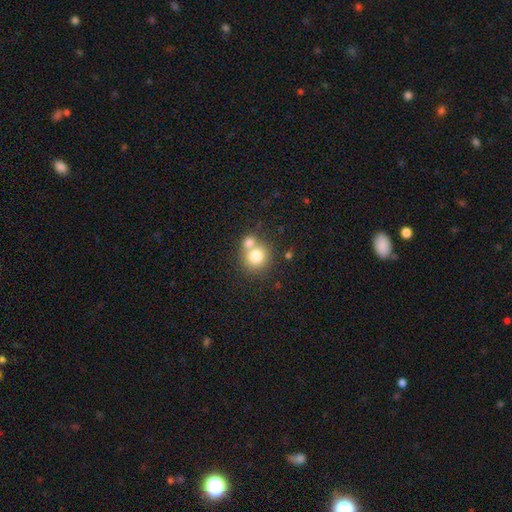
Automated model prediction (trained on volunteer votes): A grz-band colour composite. It shows a smooth galaxy with no disk features (77%) that is round (86%). Merging: none (46%).